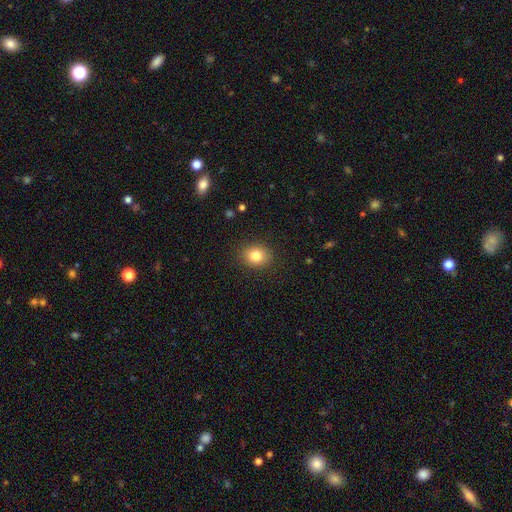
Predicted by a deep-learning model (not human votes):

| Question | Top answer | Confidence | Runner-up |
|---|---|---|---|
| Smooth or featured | smooth | 82% | star or artifact (11%) |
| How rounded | round | 63% | in between (37%) |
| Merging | none | 88% | minor disturbance (8%) |